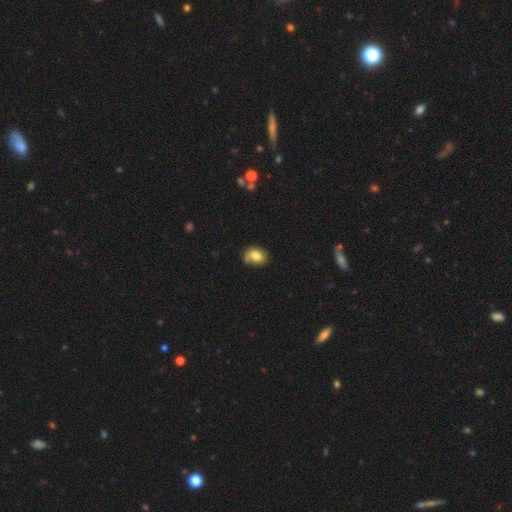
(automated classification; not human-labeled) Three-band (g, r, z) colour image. It shows a smooth galaxy with no disk features (71%) that is in between round and cigar-shaped (65%). Merging: none (52%).